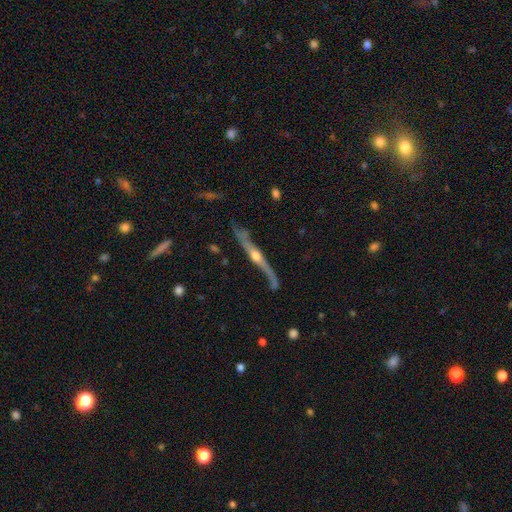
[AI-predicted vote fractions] Smooth or featured: featured or disk — 82% (smooth — 12%)
Edge-on disk: yes — 89% (no — 11%)
Edge-on bulge: rounded — 89% (none — 7%)
Merging: none — 60% (minor disturbance — 26%)